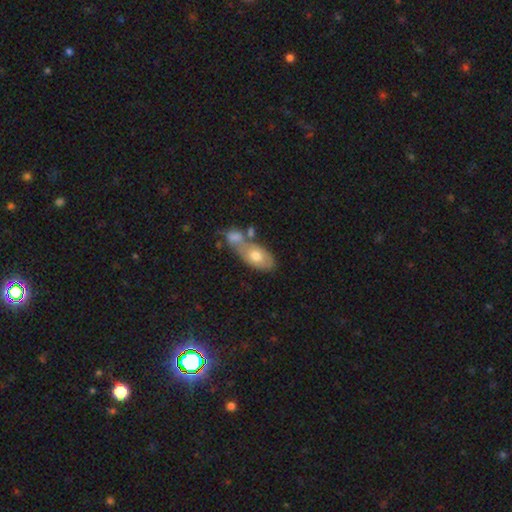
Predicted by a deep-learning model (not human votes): Smooth or featured? Predicted: smooth (p=0.64). How rounded? Predicted: in between (p=0.90). Merging? Predicted: merger (p=0.51).